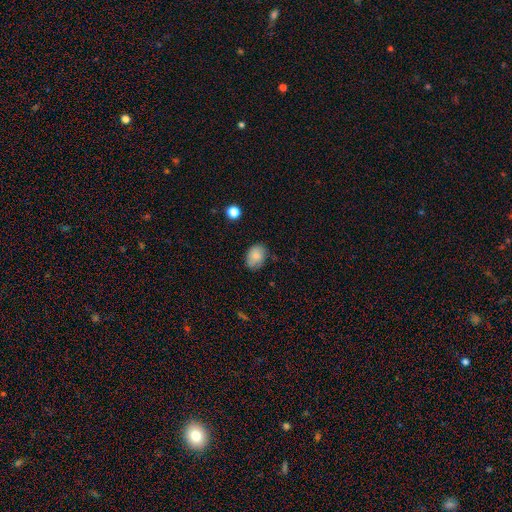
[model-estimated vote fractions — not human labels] This is clearly a smooth galaxy (82%). How rounded: likely in between (74%). Merging: likely none (72%).